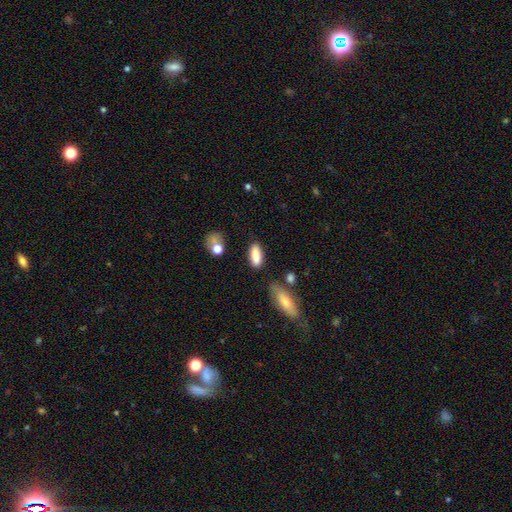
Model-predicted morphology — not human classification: A smooth galaxy with no disk features (84%) that is in between round and cigar-shaped (68%).

Vote fractions:
- Smooth or featured? smooth: 84% / featured or disk: 9% / star or artifact: 7%
- How rounded? in between: 68% / cigar-shaped: 29% / round: 3%
- Merging? none: 77% / minor disturbance: 14% / merger: 5% / major disturbance: 4%